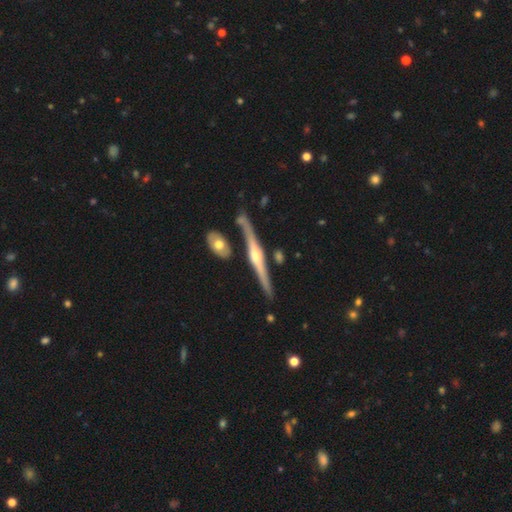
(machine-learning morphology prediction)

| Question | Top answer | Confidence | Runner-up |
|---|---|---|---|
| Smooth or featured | featured or disk | 85% | smooth (10%) |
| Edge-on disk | yes | 98% | no (2%) |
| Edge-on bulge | rounded | 86% | boxy (8%) |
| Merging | none | 82% | minor disturbance (10%) |